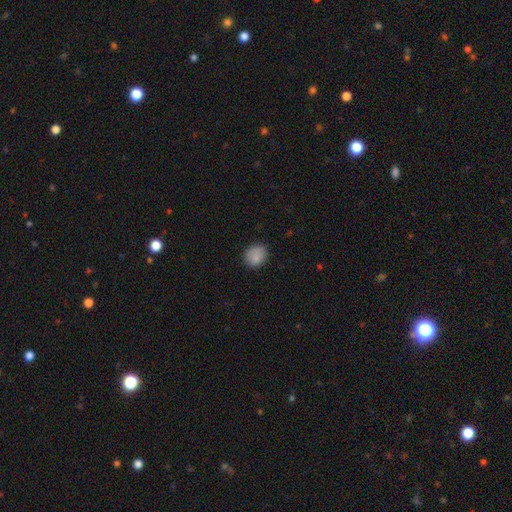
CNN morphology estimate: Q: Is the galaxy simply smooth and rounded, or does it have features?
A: smooth — 86%.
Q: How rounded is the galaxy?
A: round — 63%.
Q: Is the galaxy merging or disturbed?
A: none — 82%.